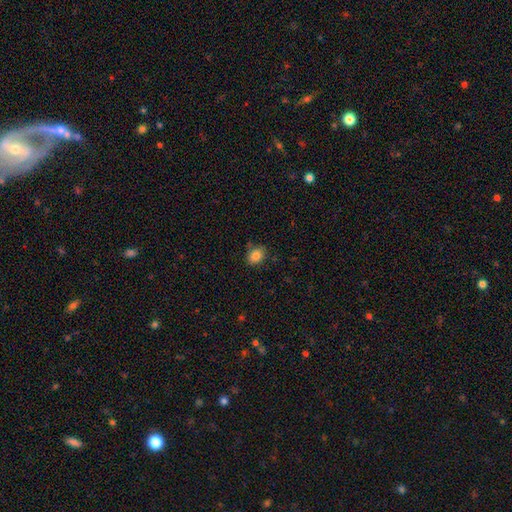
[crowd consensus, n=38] A smooth galaxy with no disk features (84%) that is round (50%, tied with in between). Merging: none (80%).